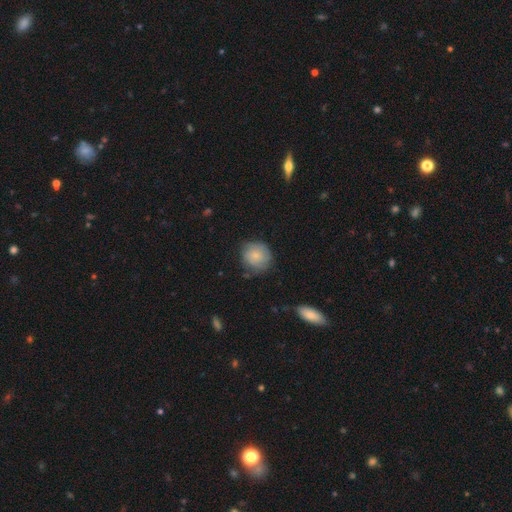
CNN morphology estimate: Smooth or featured?
  - smooth: 71% *
  - featured or disk: 22%
  - star or artifact: 7%
How rounded?
  - round: 88% *
  - in between: 11%
  - cigar-shaped: 1%
Merging?
  - none: 67% *
  - minor disturbance: 24%
  - major disturbance: 6%
  - merger: 2%